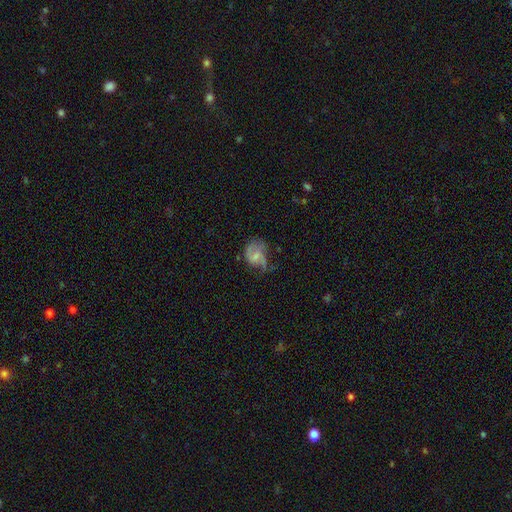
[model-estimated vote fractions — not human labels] This is possibly a featured or disk galaxy (58%). It is clearly not viewed edge-on (98%). Bar: possibly no (47%). Spiral arm pattern: likely yes (77%). Central bulge: possibly small (50%). Merging: marginally major disturbance (34%).